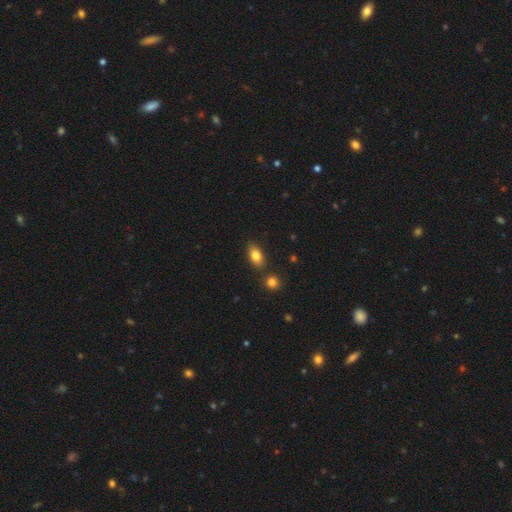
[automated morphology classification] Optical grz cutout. It shows a smooth galaxy with no disk features (82%) that is in between round and cigar-shaped (87%). Merging: none (78%).